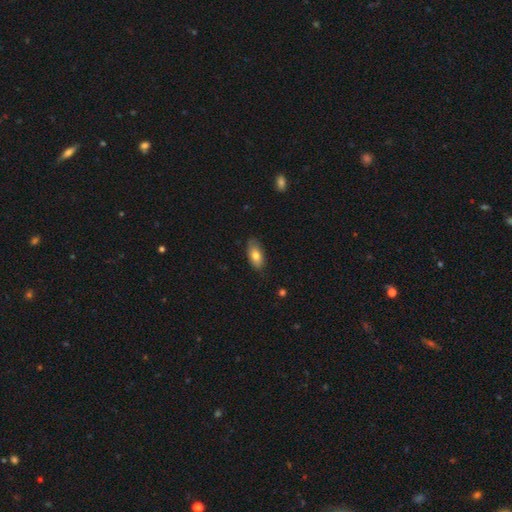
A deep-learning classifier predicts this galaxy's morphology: This is likely a smooth galaxy (76%). How rounded: clearly in between (89%). Merging: clearly none (80%).